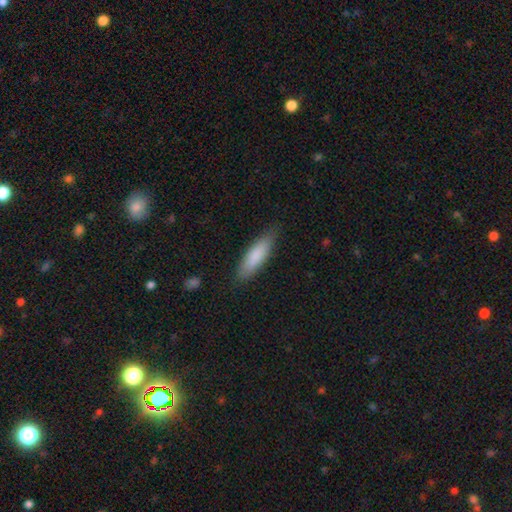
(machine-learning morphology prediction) smooth-or-featured: smooth: 84% | featured or disk: 11% | star or artifact: 5%
  how-rounded: cigar-shaped: 62% | in between: 36% | round: 1%
  merging: none: 84% | minor disturbance: 12% | major disturbance: 2% | merger: 1%